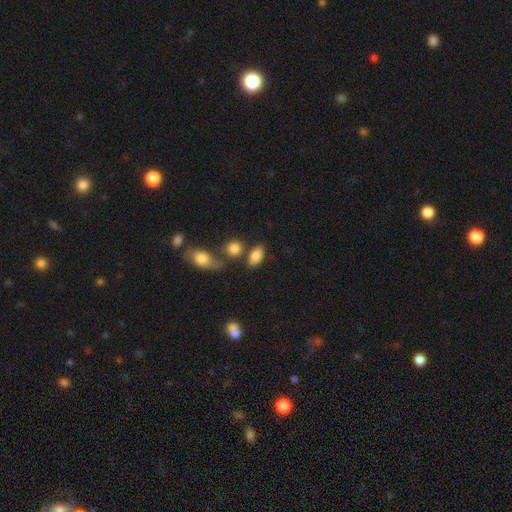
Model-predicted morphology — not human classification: This is clearly a smooth galaxy (85%). How rounded: clearly in between (88%). Merging: likely none (67%).